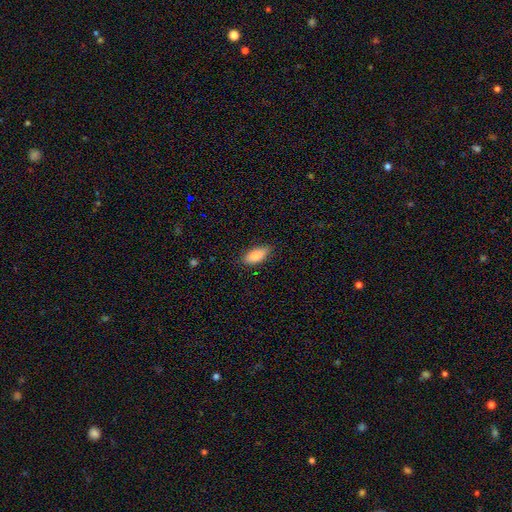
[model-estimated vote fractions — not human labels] smooth-or-featured: smooth: 85% | featured or disk: 8% | star or artifact: 6%
  how-rounded: in between: 84% | cigar-shaped: 14% | round: 2%
  merging: none: 83% | minor disturbance: 13% | major disturbance: 2% | merger: 1%